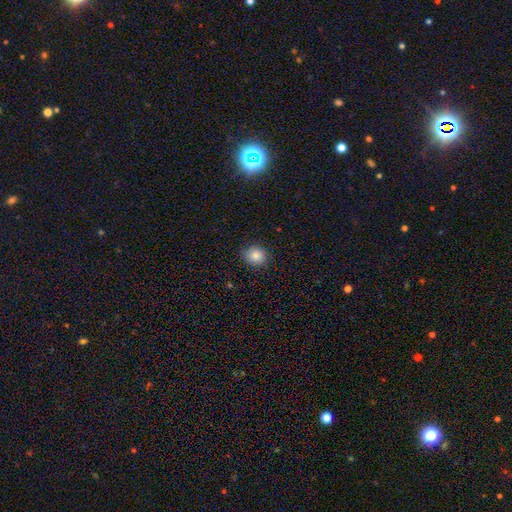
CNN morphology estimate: Q: Smooth or featured?
A: smooth (85%); runner-up: star or artifact (10%)
Q: How rounded?
A: round (81%); runner-up: in between (18%)
Q: Merging?
A: none (88%); runner-up: minor disturbance (9%)